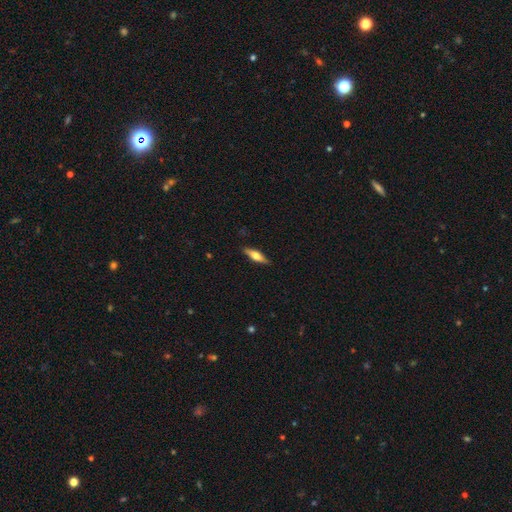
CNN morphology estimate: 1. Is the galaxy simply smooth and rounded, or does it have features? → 51% featured or disk, 43% smooth, 6% star or artifact.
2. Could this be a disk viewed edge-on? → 94% yes, 6% no.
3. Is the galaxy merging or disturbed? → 87% none, 10% minor disturbance, 2% major disturbance, 1% merger.